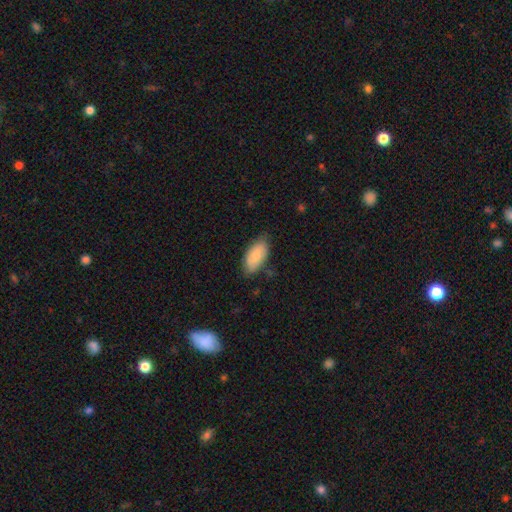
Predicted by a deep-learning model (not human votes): Smooth or featured: smooth — 82% (featured or disk — 12%)
How rounded: in between — 93% (cigar-shaped — 5%)
Merging: none — 75% (minor disturbance — 20%)